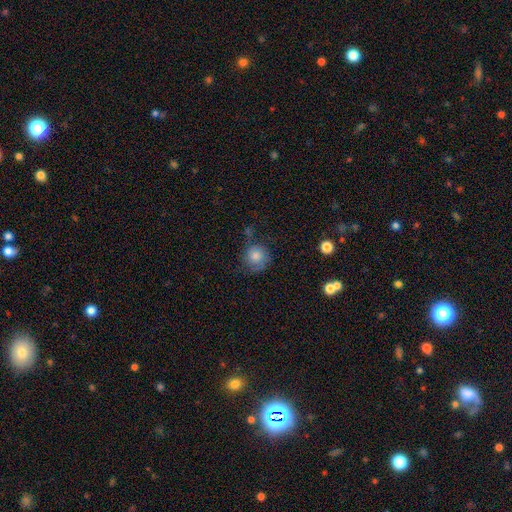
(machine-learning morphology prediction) Smooth or featured?
  - smooth: 71% *
  - featured or disk: 19%
  - star or artifact: 10%
How rounded?
  - round: 89% *
  - in between: 10%
  - cigar-shaped: 1%
Merging?
  - none: 60% *
  - minor disturbance: 24%
  - major disturbance: 11%
  - merger: 4%